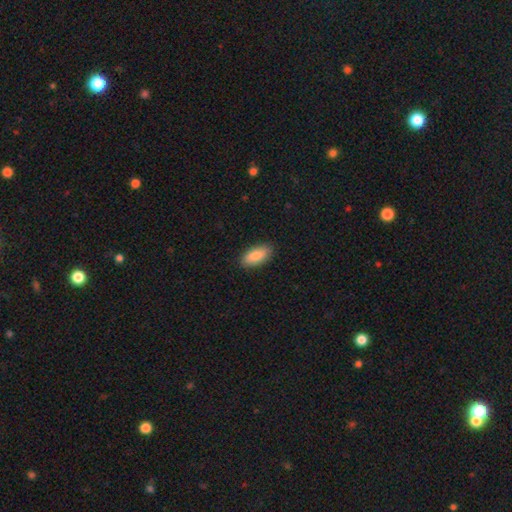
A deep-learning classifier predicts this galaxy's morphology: Smooth or featured: smooth — 87% (featured or disk — 7%)
How rounded: in between — 90% (cigar-shaped — 7%)
Merging: none — 89% (minor disturbance — 8%)